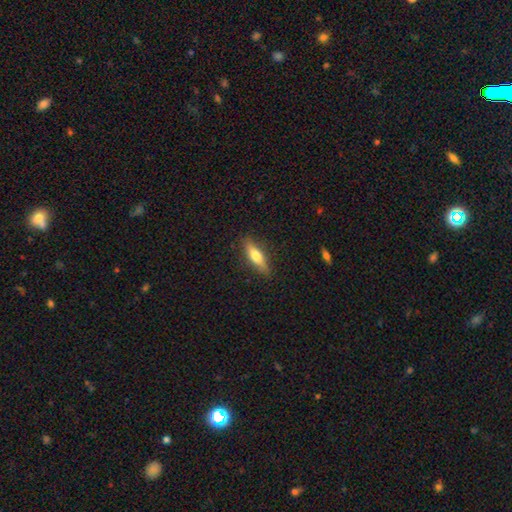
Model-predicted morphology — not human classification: Smooth or featured? smooth (65%)
How rounded? cigar-shaped (55%)
Merging? none (85%)